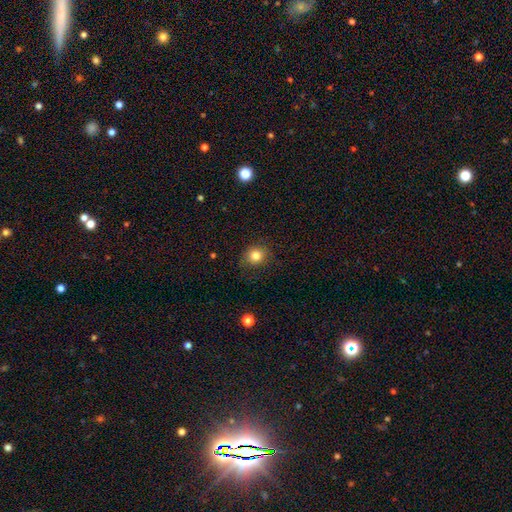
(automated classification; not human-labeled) Smooth or featured? Predicted: smooth (p=0.82). How rounded? Predicted: round (p=0.79). Merging? Predicted: none (p=0.81).